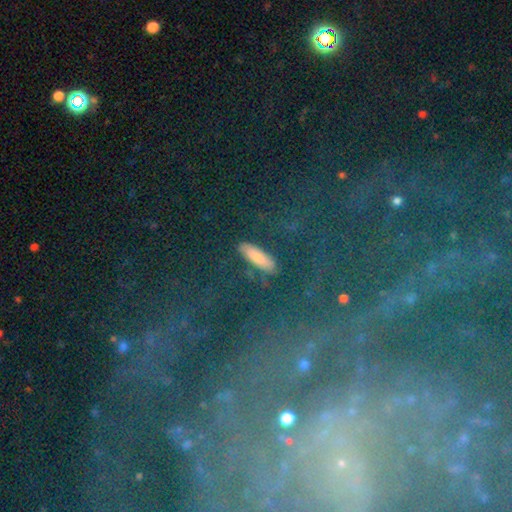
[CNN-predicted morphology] Smooth or featured?
  - smooth: 59% *
  - star or artifact: 25%
  - featured or disk: 16%
How rounded?
  - in between: 47% *
  - cigar-shaped: 44%
  - round: 8%
Merging?
  - none: 77% *
  - minor disturbance: 14%
  - major disturbance: 5%
  - merger: 3%